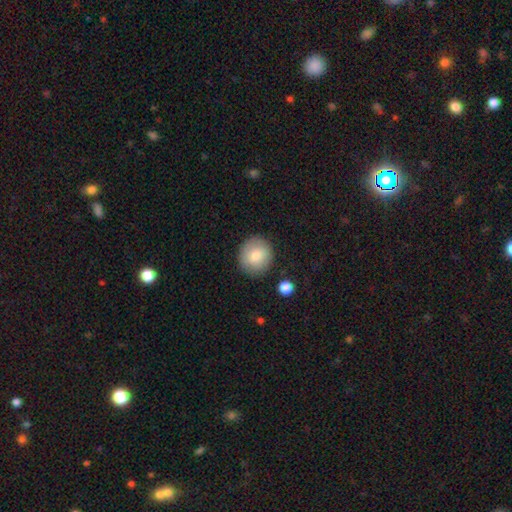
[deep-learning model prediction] The model was most divided on "smooth or featured": smooth: 80%, featured or disk: 13%, star or artifact: 7%. More confident: how rounded — round (90%); merging — none (86%).